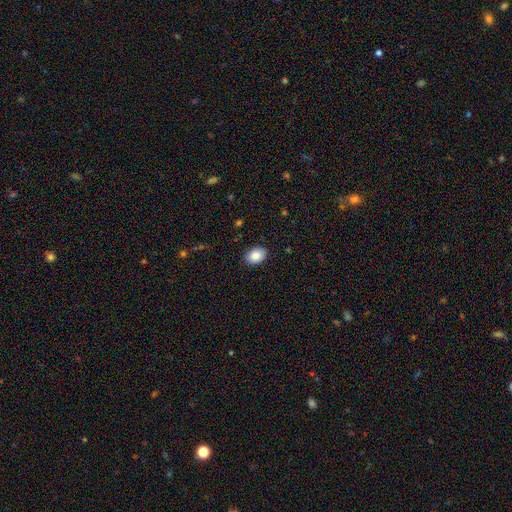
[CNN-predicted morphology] Overall: smooth (87%). How rounded: in between (78%). Merging: none (88%).